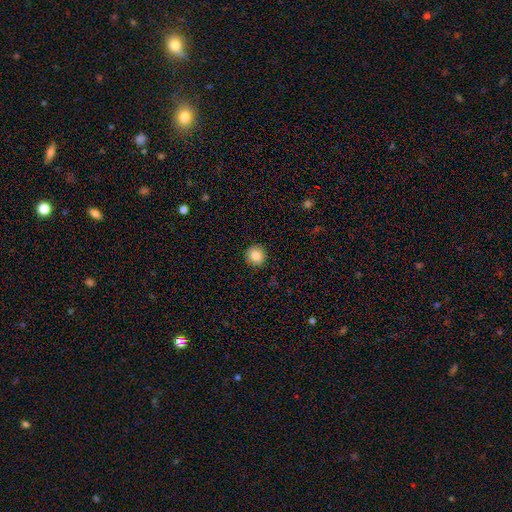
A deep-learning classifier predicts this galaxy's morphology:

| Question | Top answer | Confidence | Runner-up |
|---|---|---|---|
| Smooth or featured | smooth | 86% | star or artifact (9%) |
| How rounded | round | 94% | in between (5%) |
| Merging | none | 92% | minor disturbance (5%) |